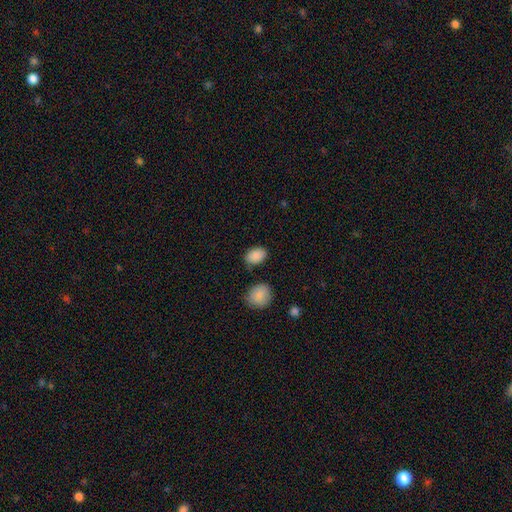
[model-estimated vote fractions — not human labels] A smooth galaxy with no disk features (88%) that is in between round and cigar-shaped (81%). Merging: none (79%).